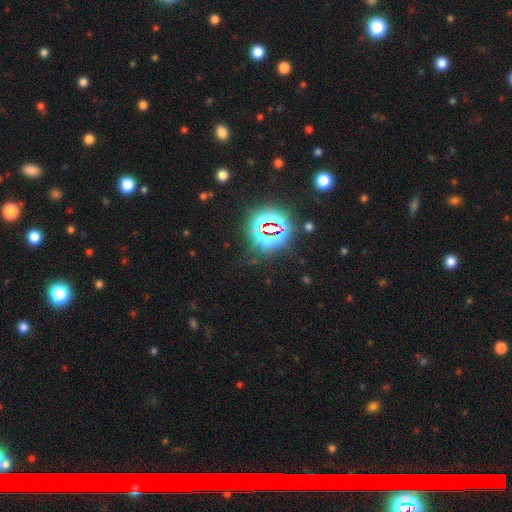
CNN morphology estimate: Q: Smooth or featured?
A: star or artifact (79%); runner-up: smooth (14%)